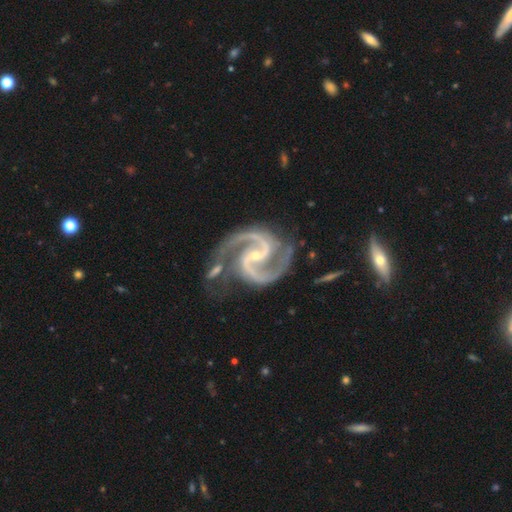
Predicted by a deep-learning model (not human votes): Smooth or featured? Predicted: featured or disk (p=0.95). Edge-on disk? Predicted: no (p=0.98). Bar? Predicted: weak (p=0.39). Spiral arms? Predicted: yes (p=0.99). Spiral winding? Predicted: medium (p=0.69). Spiral arm count? Predicted: 2 (p=0.94). Bulge size? Predicted: small (p=0.80). Merging? Predicted: none (p=0.55).